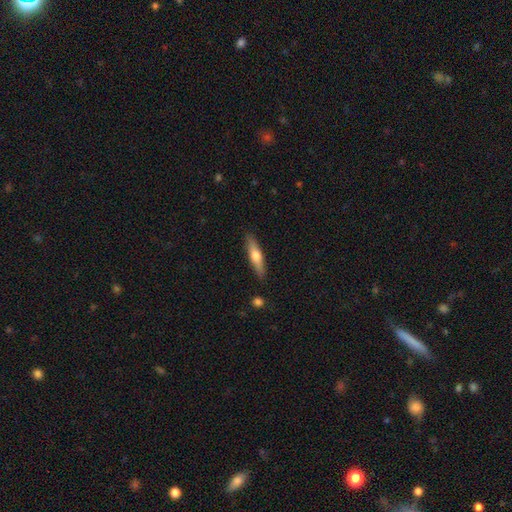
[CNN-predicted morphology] Smooth or featured?
  - smooth: 53% *
  - featured or disk: 41%
  - star or artifact: 6%
How rounded?
  - cigar-shaped: 79% *
  - in between: 20%
  - round: 2%
Merging?
  - none: 87% *
  - minor disturbance: 9%
  - merger: 2%
  - major disturbance: 2%